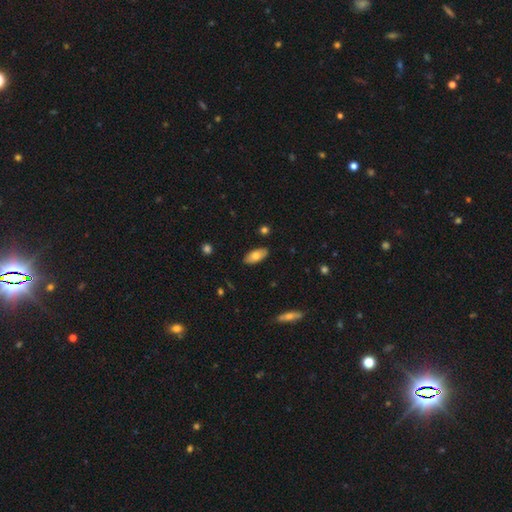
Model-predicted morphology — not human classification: A smooth galaxy with no disk features (73%) that is in between round and cigar-shaped (89%).

Vote fractions:
- Smooth or featured? smooth: 73% / featured or disk: 21% / star or artifact: 6%
- How rounded? in between: 89% / cigar-shaped: 9% / round: 2%
- Merging? none: 88% / minor disturbance: 9% / major disturbance: 2% / merger: 1%